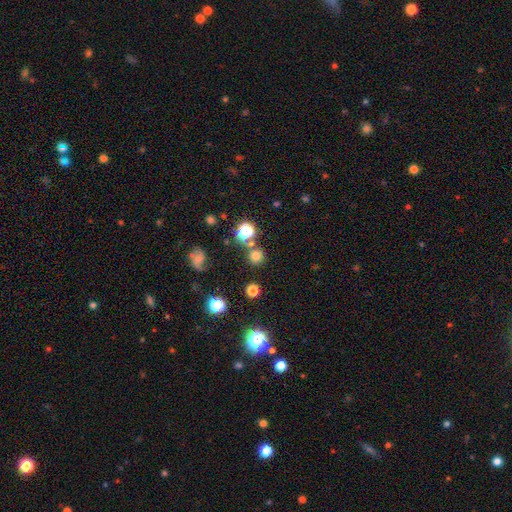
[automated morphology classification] A smooth galaxy with no disk features (71%) that is round (91%).

Vote fractions:
- Smooth or featured? smooth: 71% / star or artifact: 22% / featured or disk: 7%
- How rounded? round: 91% / in between: 8% / cigar-shaped: 1%
- Merging? none: 75% / merger: 12% / minor disturbance: 9% / major disturbance: 4%